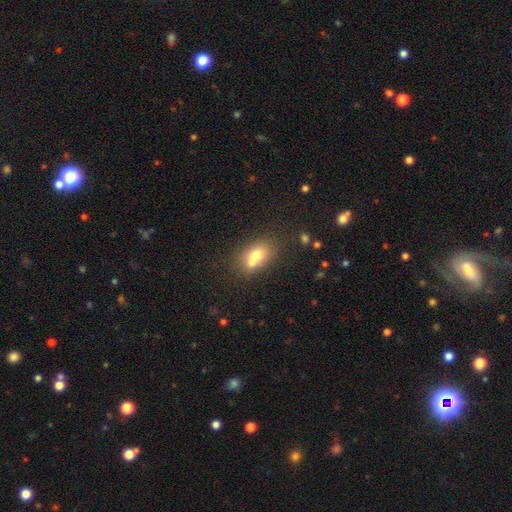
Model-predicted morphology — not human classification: smooth_or_featured: smooth (p=0.67) [alt: featured or disk p=0.22]
how_rounded: in between (p=0.72) [alt: round p=0.26]
merging: merger (p=0.45) [alt: none p=0.40]